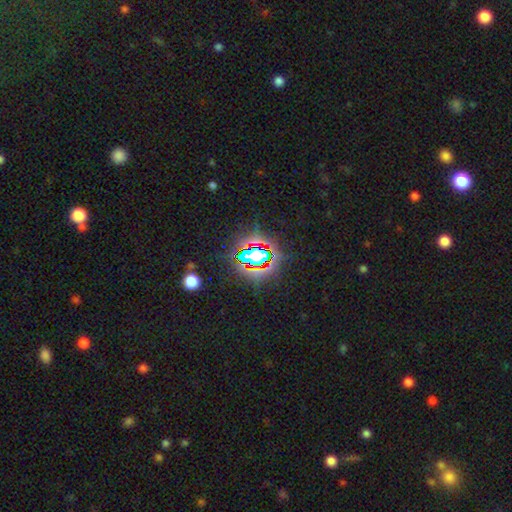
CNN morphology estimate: A star or artifact, not a galaxy (75%).